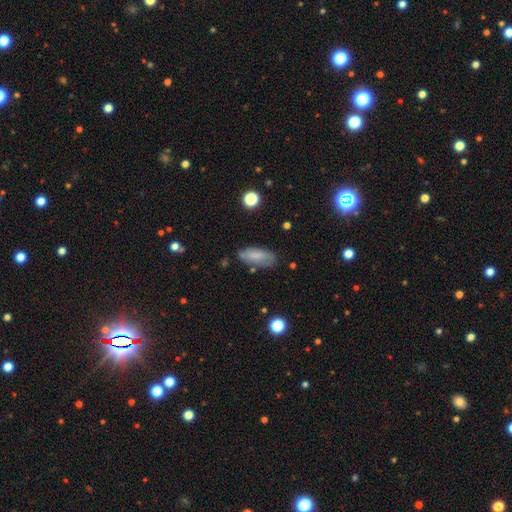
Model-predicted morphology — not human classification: Smooth or featured? Predicted: smooth (p=0.76). How rounded? Predicted: in between (p=0.82). Merging? Predicted: none (p=0.72).